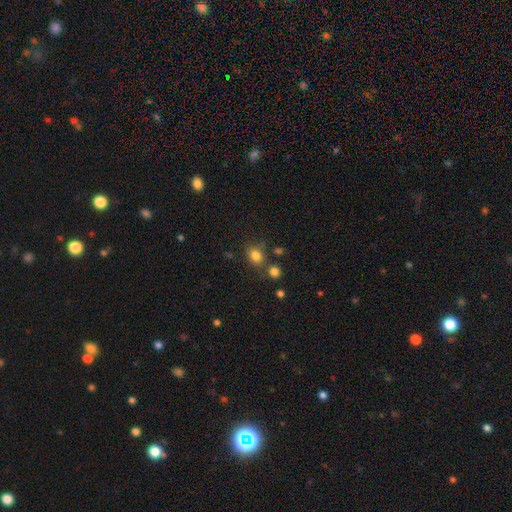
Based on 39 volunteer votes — Smooth or featured? 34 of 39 (87%) said smooth. How rounded? 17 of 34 (50%) said in between. Merging? 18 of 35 (51%) said none.